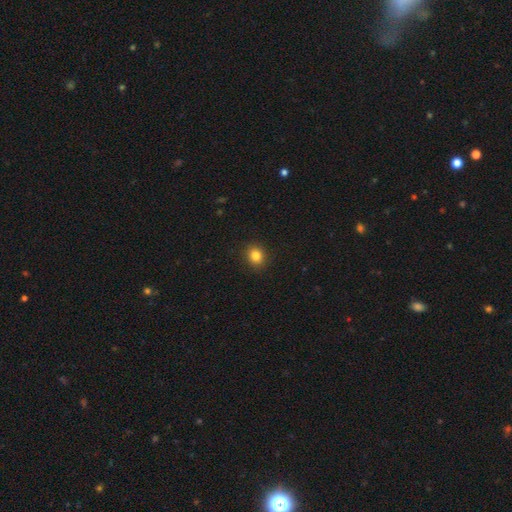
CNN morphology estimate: type=smooth (83%); roundness=round (76%); merging=none (91%).